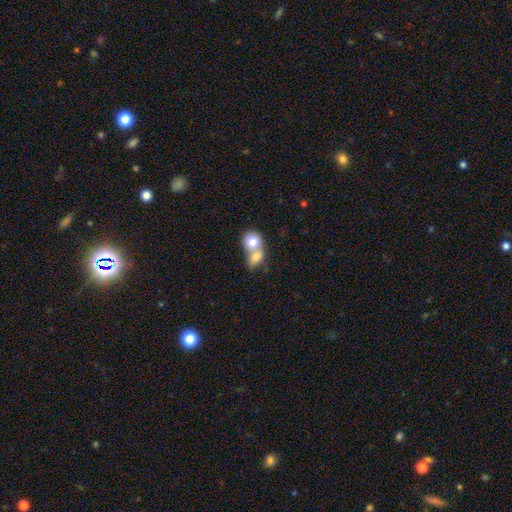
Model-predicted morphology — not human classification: type=smooth (74%); roundness=round (58%); merging=merger (74%).